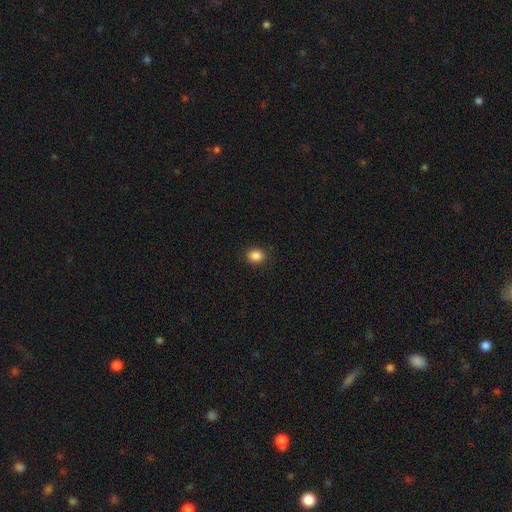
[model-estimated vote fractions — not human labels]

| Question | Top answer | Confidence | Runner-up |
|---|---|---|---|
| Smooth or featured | smooth | 87% | star or artifact (10%) |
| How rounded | round | 50% | in between (49%) |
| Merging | none | 90% | minor disturbance (7%) |